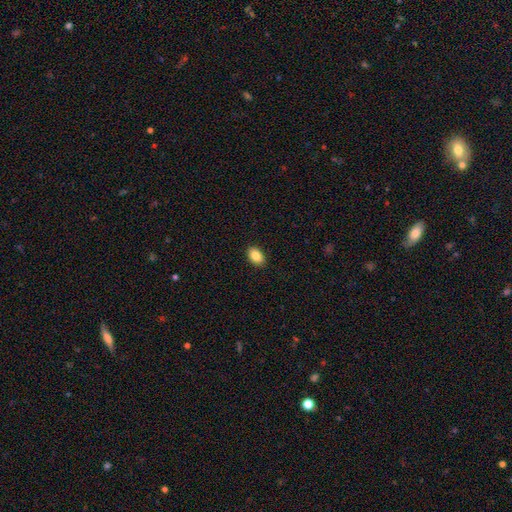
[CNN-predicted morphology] Smooth or featured? smooth (86%)
How rounded? in between (86%)
Merging? none (90%)